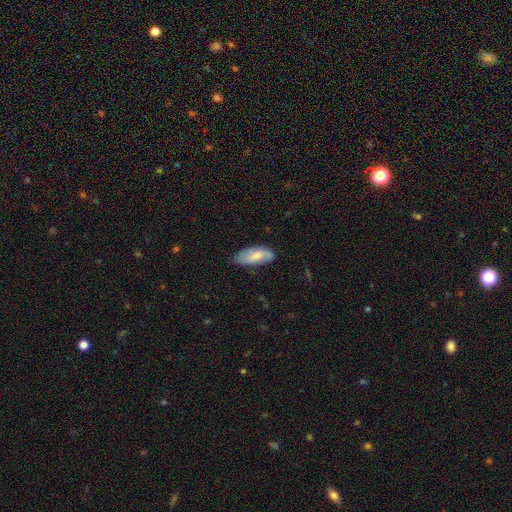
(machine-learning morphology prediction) A smooth galaxy with no disk features (65%) that is in between round and cigar-shaped (83%).

Vote fractions:
- Smooth or featured? smooth: 65% / featured or disk: 28% / star or artifact: 6%
- How rounded? in between: 83% / cigar-shaped: 15% / round: 2%
- Merging? none: 58% / minor disturbance: 32% / major disturbance: 8% / merger: 2%